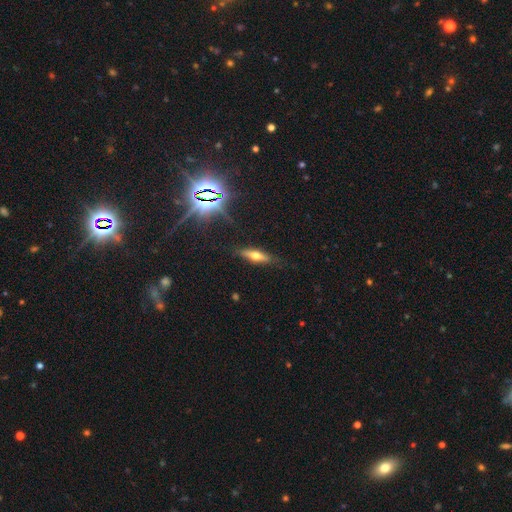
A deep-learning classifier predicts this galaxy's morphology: This appears to be a smooth galaxy with no disk features (47%). Merging: none (83%).